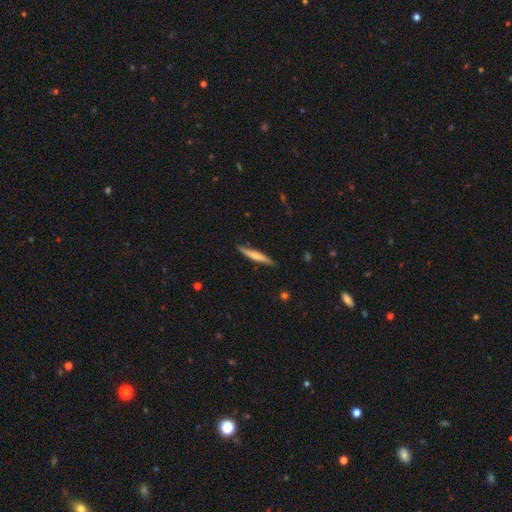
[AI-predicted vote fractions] The model was most divided on "smooth or featured": smooth: 56%, featured or disk: 38%, star or artifact: 6%. More confident: how rounded — cigar-shaped (93%); merging — none (86%).